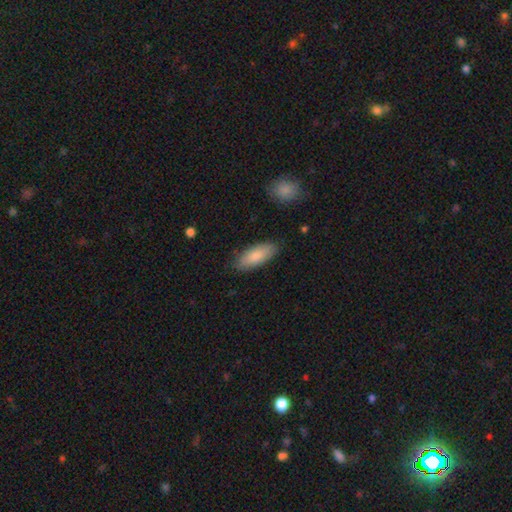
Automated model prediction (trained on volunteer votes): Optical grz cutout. It shows a smooth galaxy with no disk features (82%) that is in between round and cigar-shaped (76%). Merging: none (83%).